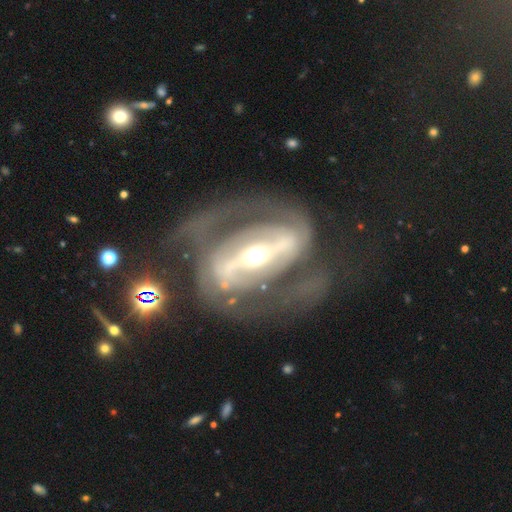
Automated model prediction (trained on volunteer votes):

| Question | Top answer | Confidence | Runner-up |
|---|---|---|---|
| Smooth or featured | featured or disk | 89% | smooth (6%) |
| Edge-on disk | no | 94% | yes (6%) |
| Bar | strong | 75% | weak (16%) |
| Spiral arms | yes | 88% | no (12%) |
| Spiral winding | medium | 45% | tight (36%) |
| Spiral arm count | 2 | 83% | can't tell (8%) |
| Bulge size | moderate | 55% | small (36%) |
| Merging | none | 59% | major disturbance (22%) |